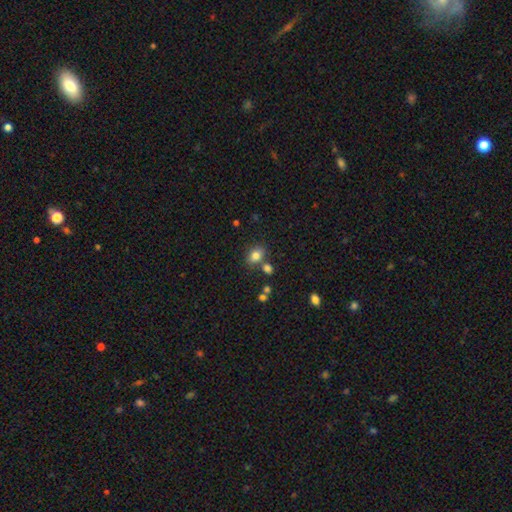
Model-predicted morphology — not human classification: Q: Smooth or featured?
A: smooth (81%); runner-up: star or artifact (11%)
Q: How rounded?
A: in between (70%); runner-up: round (29%)
Q: Merging?
A: none (68%); runner-up: merger (15%)